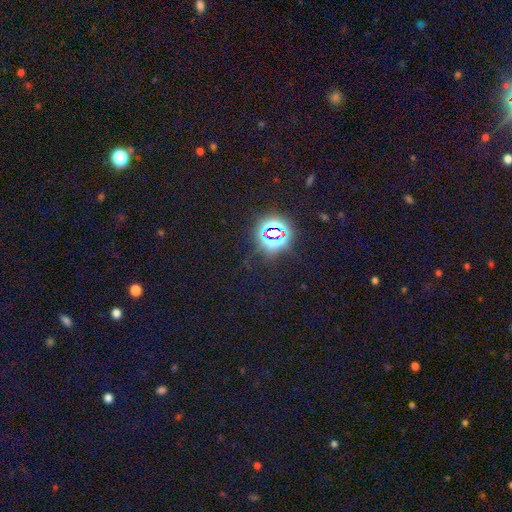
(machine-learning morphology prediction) This is likely a star or artifact rather than a galaxy (77%).